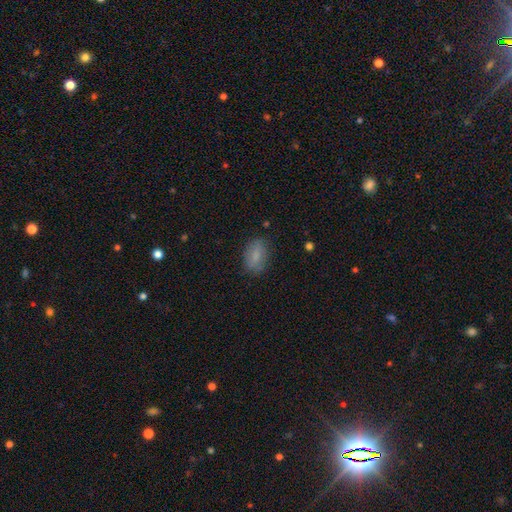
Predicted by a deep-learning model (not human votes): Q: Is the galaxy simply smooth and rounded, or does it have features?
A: smooth — 82%.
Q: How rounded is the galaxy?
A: in between — 88%.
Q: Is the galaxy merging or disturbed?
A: none — 80%.